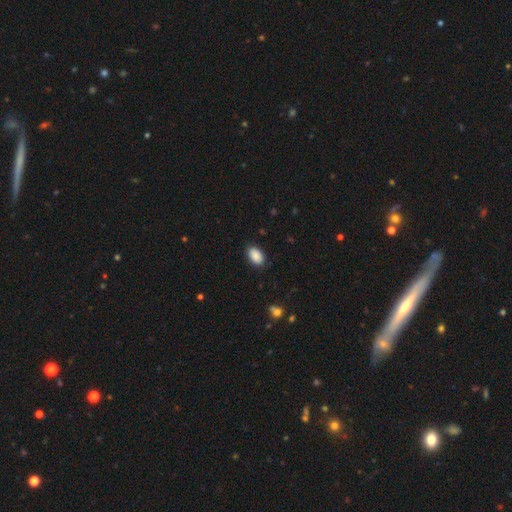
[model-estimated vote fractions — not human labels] Overall: smooth (89%). How rounded: in between (92%). Merging: none (87%).